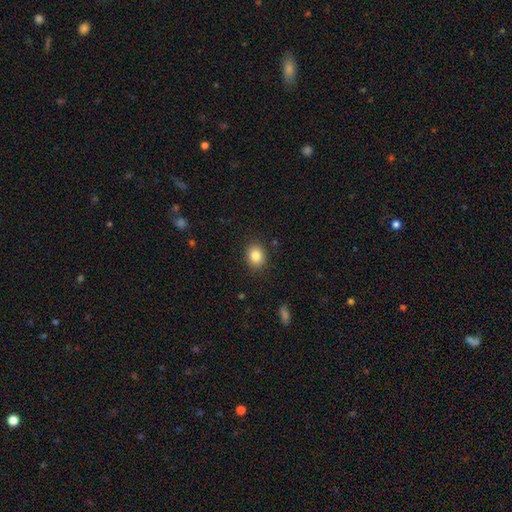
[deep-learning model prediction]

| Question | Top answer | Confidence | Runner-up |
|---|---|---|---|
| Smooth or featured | smooth | 84% | star or artifact (10%) |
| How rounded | round | 52% | in between (47%) |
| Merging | none | 88% | minor disturbance (8%) |